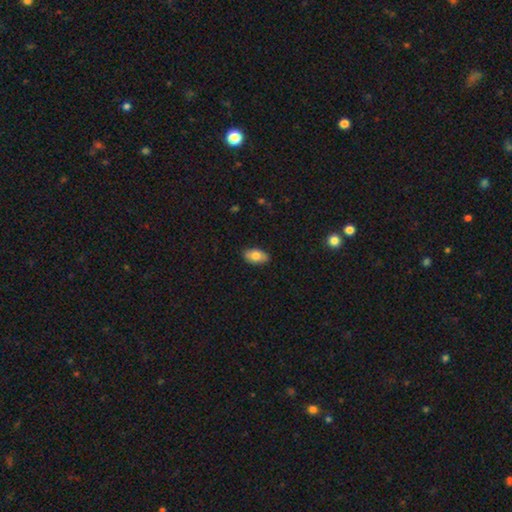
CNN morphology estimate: smooth_or_featured: smooth (p=0.76) [alt: featured or disk p=0.17]
how_rounded: in between (p=0.93) [alt: round p=0.05]
merging: none (p=0.86) [alt: minor disturbance p=0.11]